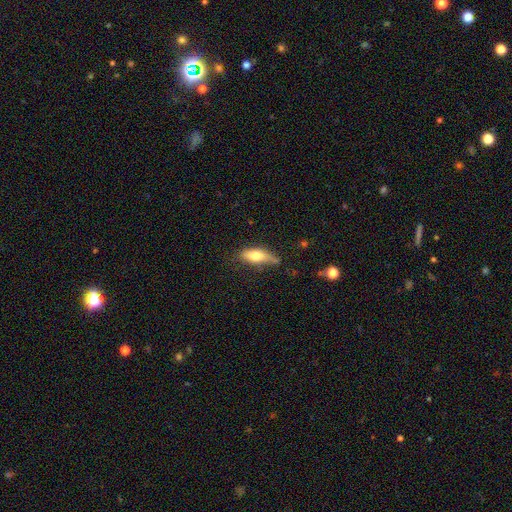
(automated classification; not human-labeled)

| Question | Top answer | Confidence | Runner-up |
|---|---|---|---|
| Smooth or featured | smooth | 66% | featured or disk (27%) |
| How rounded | in between | 64% | cigar-shaped (33%) |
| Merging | none | 50% | minor disturbance (34%) |